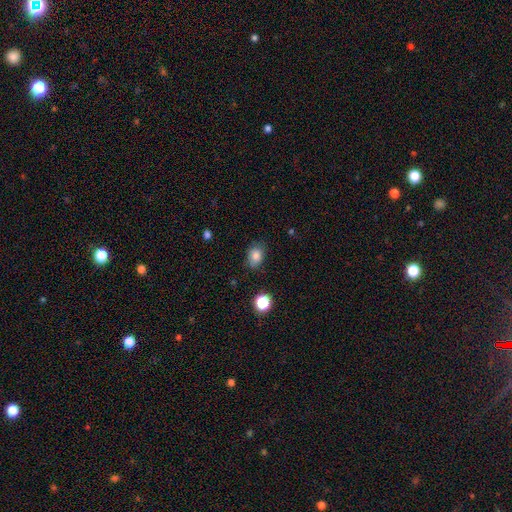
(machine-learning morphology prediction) type=smooth (83%); roundness=in between (64%); merging=none (76%).